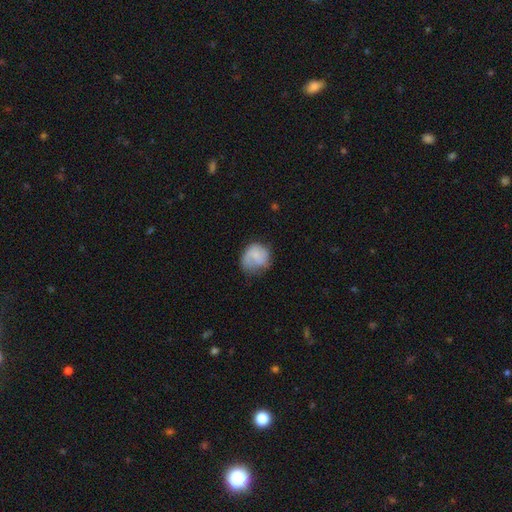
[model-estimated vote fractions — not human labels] The model was most divided on "merging": none: 47%, minor disturbance: 31%, major disturbance: 20%, merger: 2%. More confident: how rounded — round (72%); smooth or featured — smooth (63%).